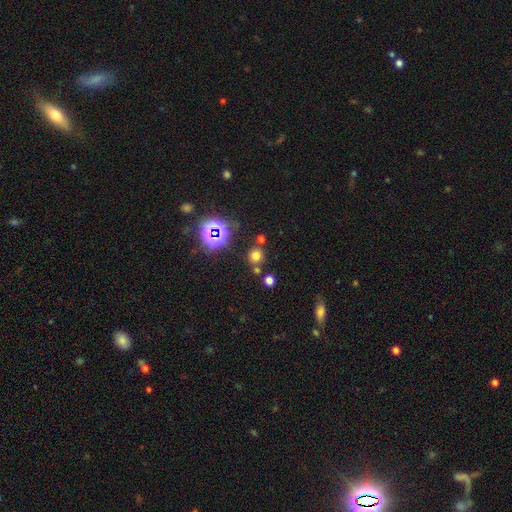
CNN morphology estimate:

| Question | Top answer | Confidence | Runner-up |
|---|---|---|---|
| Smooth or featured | smooth | 66% | star or artifact (27%) |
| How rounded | round | 89% | in between (10%) |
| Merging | none | 75% | merger (13%) |